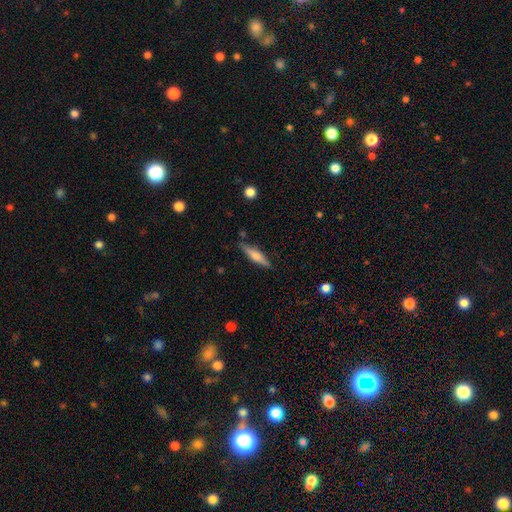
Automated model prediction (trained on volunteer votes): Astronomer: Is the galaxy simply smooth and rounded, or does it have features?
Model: smooth — 49% (runner-up: featured or disk, 45%).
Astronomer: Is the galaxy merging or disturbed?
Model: none — 86%.